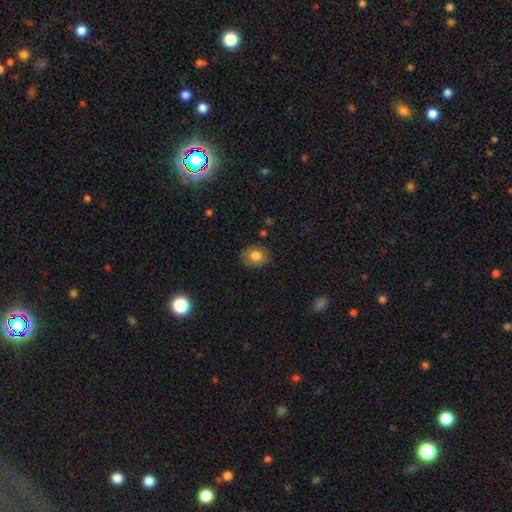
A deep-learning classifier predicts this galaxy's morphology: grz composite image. It shows a smooth galaxy with no disk features (77%) that is round (52%). Merging: none (82%).